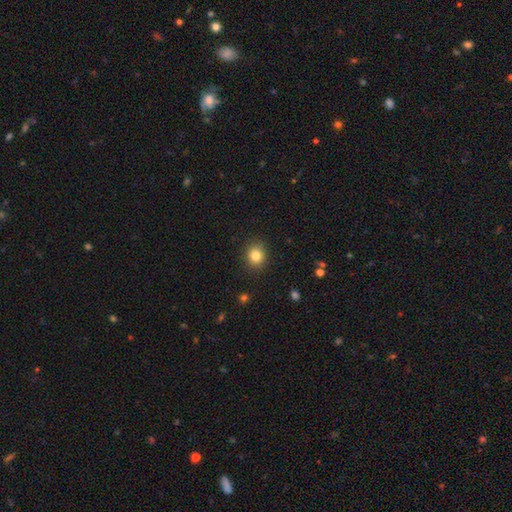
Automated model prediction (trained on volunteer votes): Smooth or featured? Predicted: smooth (p=0.82). How rounded? Predicted: round (p=0.80). Merging? Predicted: none (p=0.90).